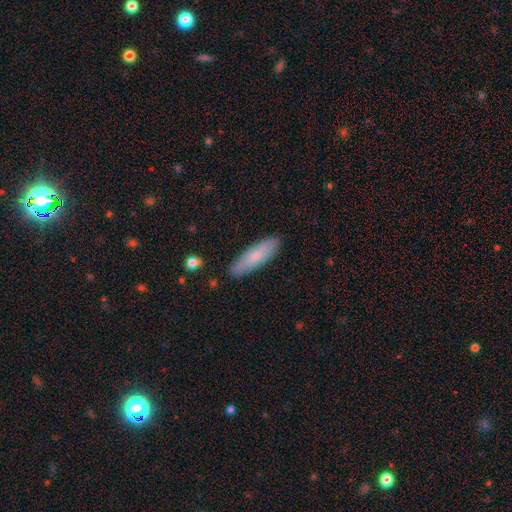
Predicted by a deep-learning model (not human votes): Smooth or featured?
  - smooth: 76% *
  - featured or disk: 18%
  - star or artifact: 6%
How rounded?
  - cigar-shaped: 60% *
  - in between: 39%
  - round: 2%
Merging?
  - none: 87% *
  - minor disturbance: 10%
  - major disturbance: 2%
  - merger: 1%